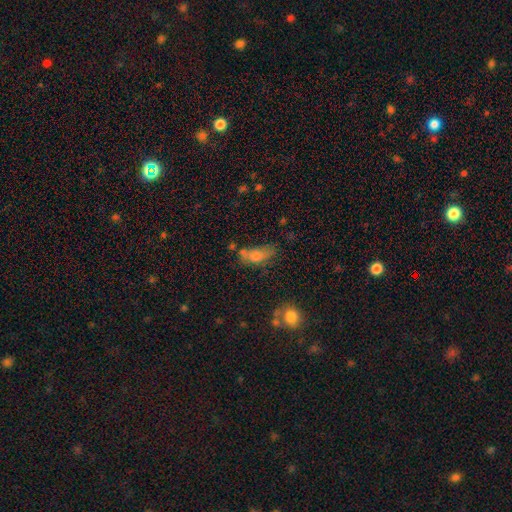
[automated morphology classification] Overall: smooth (64%). How rounded: in between (70%). Merging: none (41%; minor disturbance 26%).